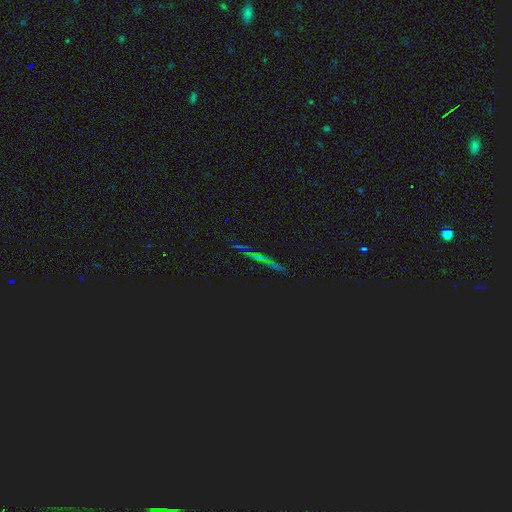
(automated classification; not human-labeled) Smooth or featured?
  - star or artifact: 65% *
  - featured or disk: 19%
  - smooth: 17%